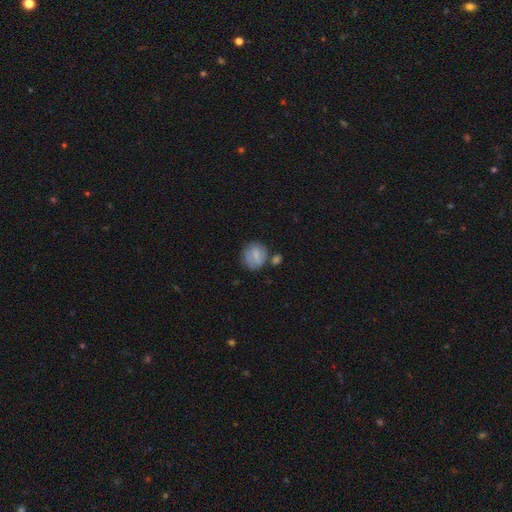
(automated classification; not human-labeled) A smooth galaxy with no disk features (63%) that is round (71%). Merging: none (55%).